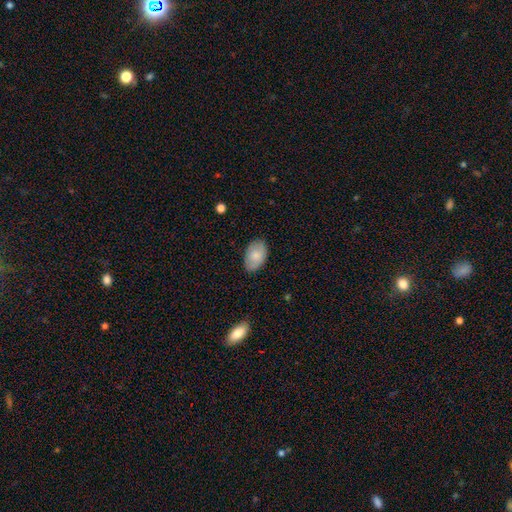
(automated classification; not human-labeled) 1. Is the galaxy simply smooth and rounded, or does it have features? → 80% smooth, 14% featured or disk, 6% star or artifact.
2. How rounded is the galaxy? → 91% in between, 8% round, 1% cigar-shaped.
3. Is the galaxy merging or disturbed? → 82% none, 14% minor disturbance, 3% major disturbance, 1% merger.